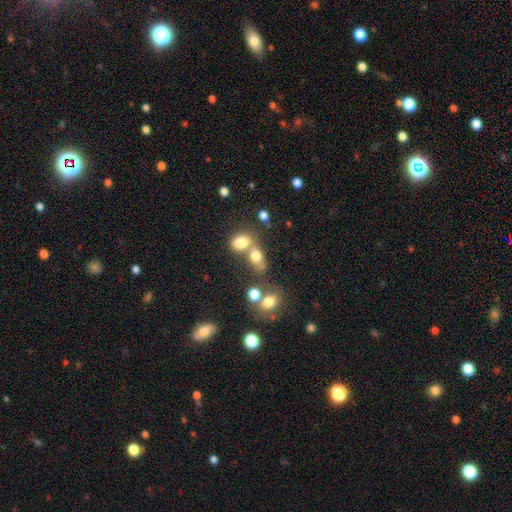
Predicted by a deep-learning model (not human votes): smooth-or-featured: smooth: 74% | star or artifact: 14% | featured or disk: 12%
  how-rounded: in between: 63% | round: 35% | cigar-shaped: 3%
  merging: merger: 48% | none: 35% | minor disturbance: 10% | major disturbance: 6%